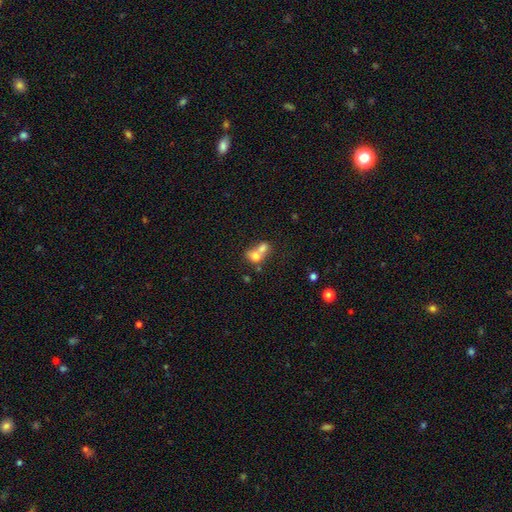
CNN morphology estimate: This is likely a smooth galaxy (71%). How rounded: possibly round (58%). Merging: likely merger (70%).